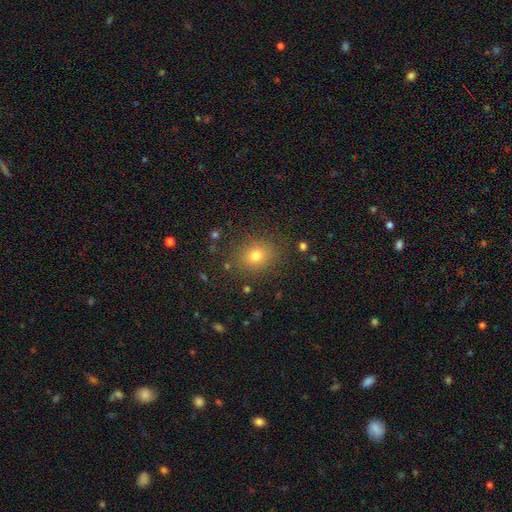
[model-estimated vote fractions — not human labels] Smooth or featured?
  - smooth: 75% *
  - star or artifact: 16%
  - featured or disk: 10%
How rounded?
  - round: 60% *
  - in between: 39%
  - cigar-shaped: 1%
Merging?
  - none: 85% *
  - minor disturbance: 10%
  - major disturbance: 4%
  - merger: 2%